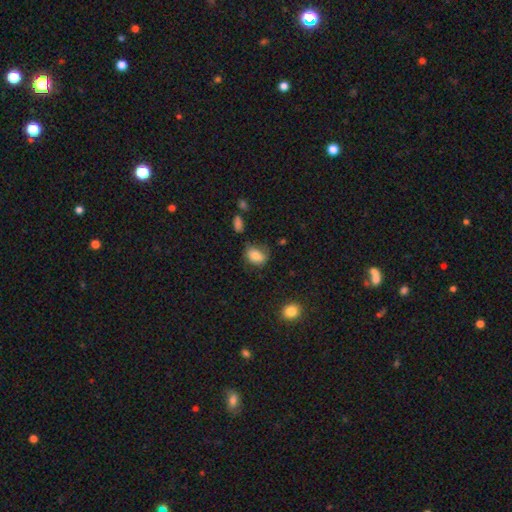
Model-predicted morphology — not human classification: smooth-or-featured: smooth: 80% | featured or disk: 11% | star or artifact: 9%
  how-rounded: in between: 74% | round: 24% | cigar-shaped: 2%
  merging: none: 61% | minor disturbance: 27% | major disturbance: 9% | merger: 3%